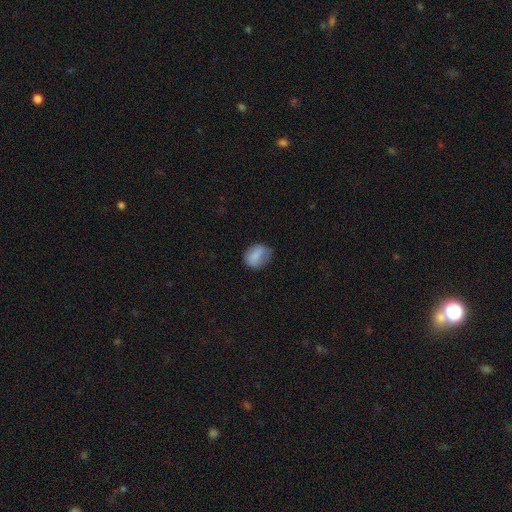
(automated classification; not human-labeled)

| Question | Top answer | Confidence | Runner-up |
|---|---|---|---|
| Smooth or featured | smooth | 78% | featured or disk (13%) |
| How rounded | in between | 52% | round (47%) |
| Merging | none | 58% | minor disturbance (29%) |